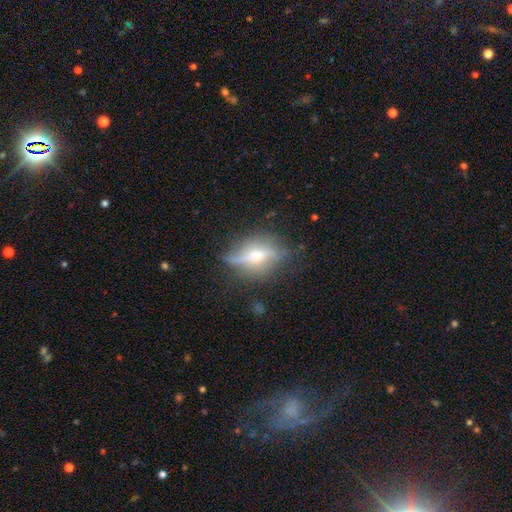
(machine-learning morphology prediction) Smooth or featured?
  - featured or disk: 69% *
  - smooth: 22%
  - star or artifact: 8%
Edge-on disk?
  - yes: 76% *
  - no: 24%
Edge-on bulge?
  - rounded: 92% *
  - boxy: 5%
  - none: 3%
Merging?
  - none: 69% *
  - minor disturbance: 20%
  - major disturbance: 8%
  - merger: 2%